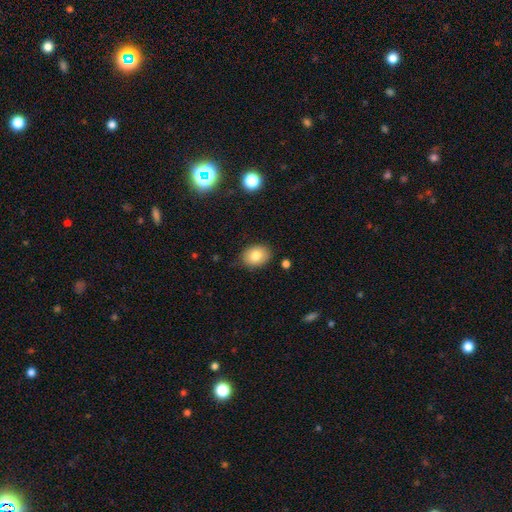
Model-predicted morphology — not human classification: Q: Smooth or featured?
A: smooth (81%); runner-up: featured or disk (10%)
Q: How rounded?
A: in between (63%); runner-up: round (36%)
Q: Merging?
A: none (84%); runner-up: minor disturbance (12%)